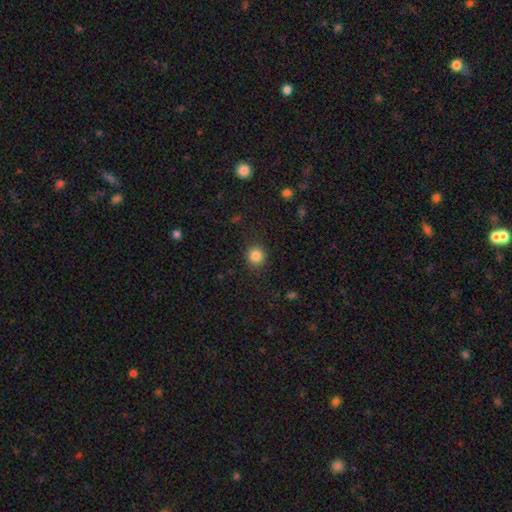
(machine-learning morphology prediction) Smooth or featured?
  - smooth: 85% *
  - star or artifact: 11%
  - featured or disk: 4%
How rounded?
  - round: 92% *
  - in between: 7%
  - cigar-shaped: 1%
Merging?
  - none: 90% *
  - minor disturbance: 6%
  - major disturbance: 3%
  - merger: 1%